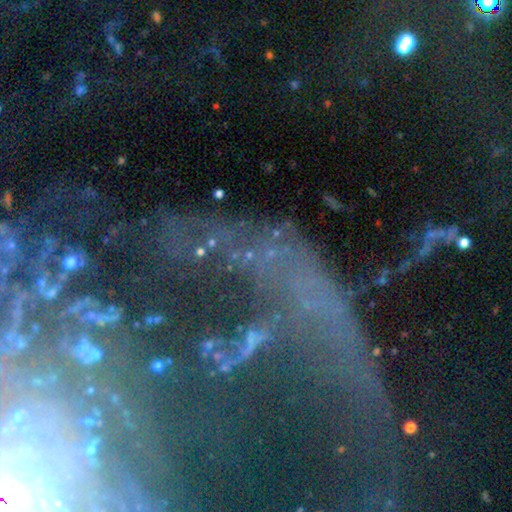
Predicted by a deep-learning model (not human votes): Morphology: type=star or artifact (56%).